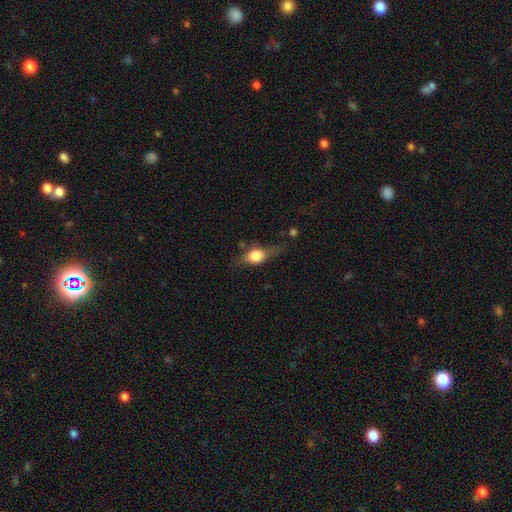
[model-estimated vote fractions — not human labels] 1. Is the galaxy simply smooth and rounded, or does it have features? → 54% smooth, 37% featured or disk, 8% star or artifact.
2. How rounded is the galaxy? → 62% in between, 23% round, 15% cigar-shaped.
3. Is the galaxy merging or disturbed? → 57% none, 27% minor disturbance, 13% major disturbance, 3% merger.